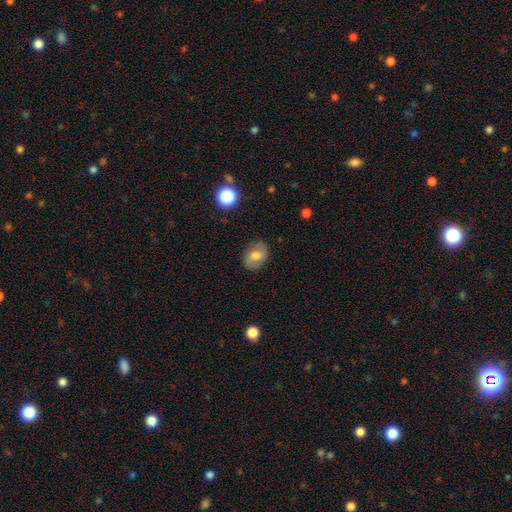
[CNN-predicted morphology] This appears to be a smooth galaxy with no disk features (50%) that is in between round and cigar-shaped (67%). Merging: none (81%).